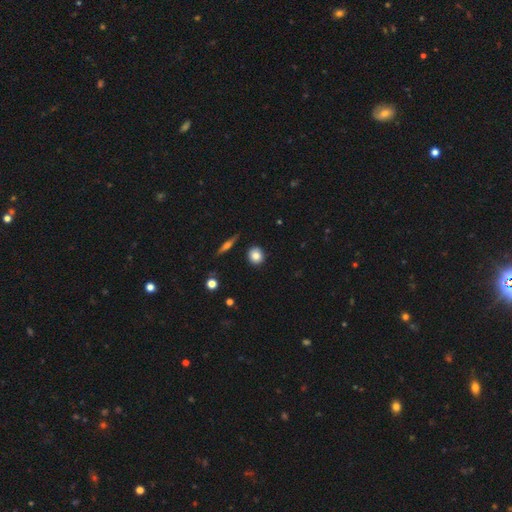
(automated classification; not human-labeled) Morphology: type=smooth (82%); roundness=round (80%); merging=none (89%).